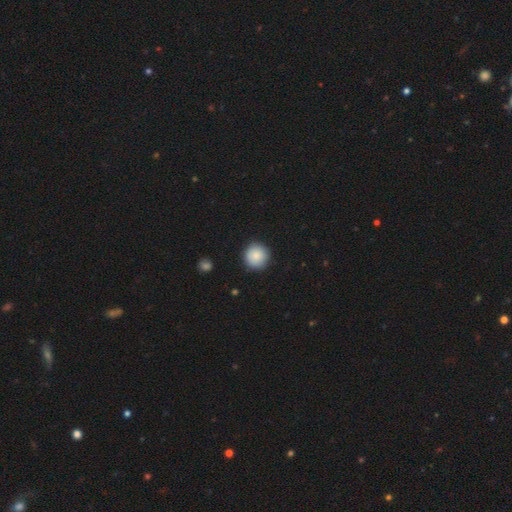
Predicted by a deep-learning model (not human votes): This is clearly a smooth galaxy (88%). How rounded: clearly round (95%). Merging: clearly none (91%).